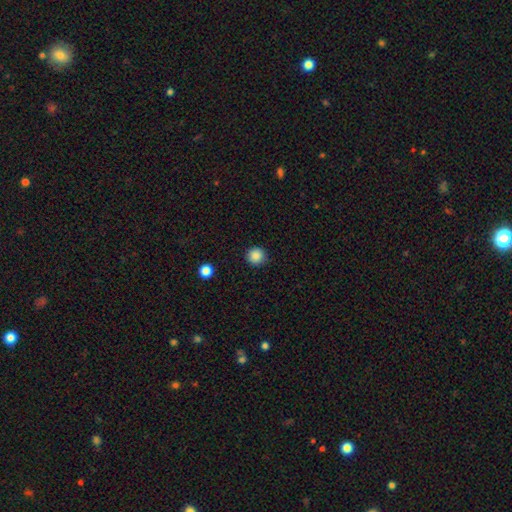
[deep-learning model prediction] Smooth or featured: smooth — 87% (star or artifact — 10%)
How rounded: round — 95% (in between — 4%)
Merging: none — 91% (minor disturbance — 6%)